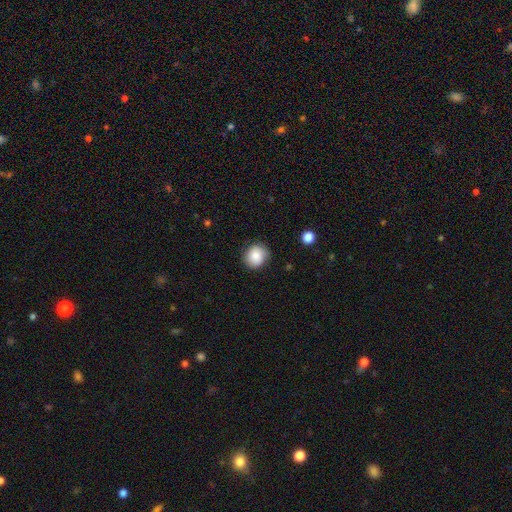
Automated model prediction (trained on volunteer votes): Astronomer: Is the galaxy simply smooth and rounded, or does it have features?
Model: smooth — 83%.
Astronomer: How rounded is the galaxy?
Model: round — 83%.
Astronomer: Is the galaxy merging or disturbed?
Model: none — 80%.